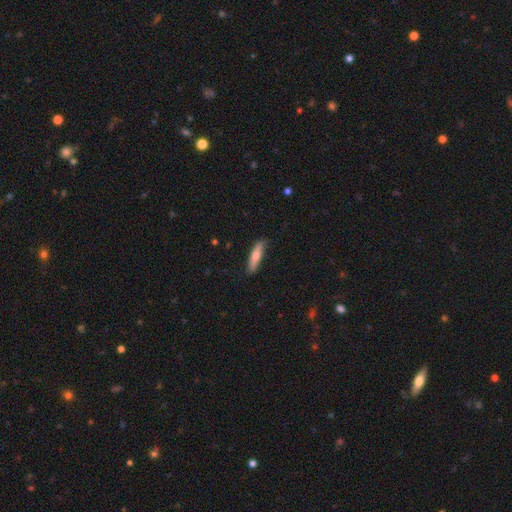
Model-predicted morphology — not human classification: Smooth or featured: smooth — 69% (featured or disk — 26%)
How rounded: cigar-shaped — 77% (in between — 21%)
Merging: none — 81% (minor disturbance — 15%)